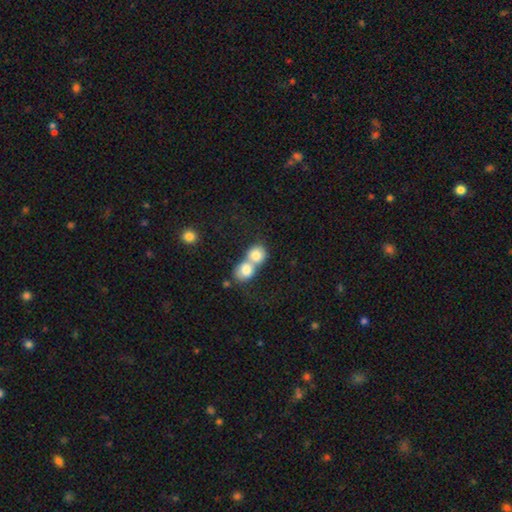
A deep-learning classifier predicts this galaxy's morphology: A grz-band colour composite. It shows a smooth galaxy with no disk features (79%) that is round (69%). Merging: merger (76%).